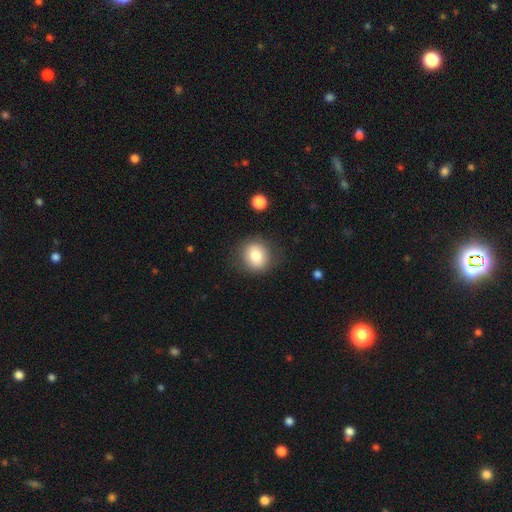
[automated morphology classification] Q: Smooth or featured?
A: smooth (80%); runner-up: featured or disk (11%)
Q: How rounded?
A: round (80%); runner-up: in between (20%)
Q: Merging?
A: none (83%); runner-up: minor disturbance (11%)